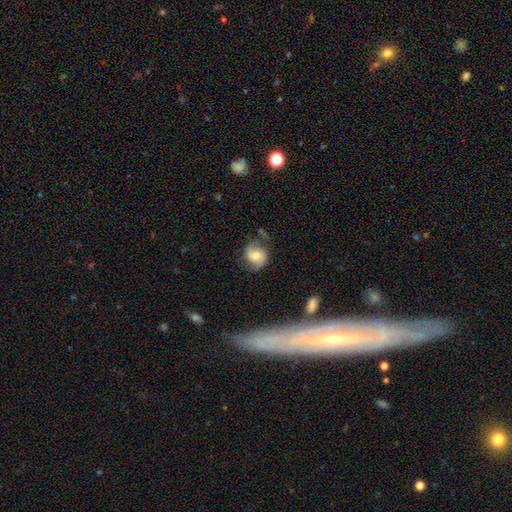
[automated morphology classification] smooth-or-featured: featured or disk: 56% | smooth: 36% | star or artifact: 8%
  disk-edge-on: no: 97% | yes: 3%
    bar: no: 55% | weak: 35% | strong: 10%
    has-spiral-arms: yes: 89% | no: 11%
    bulge-size: moderate: 59% | small: 26% | large: 10% | none: 4% | dominant: 2%
  merging: none: 65% | minor disturbance: 22% | major disturbance: 9% | merger: 4%